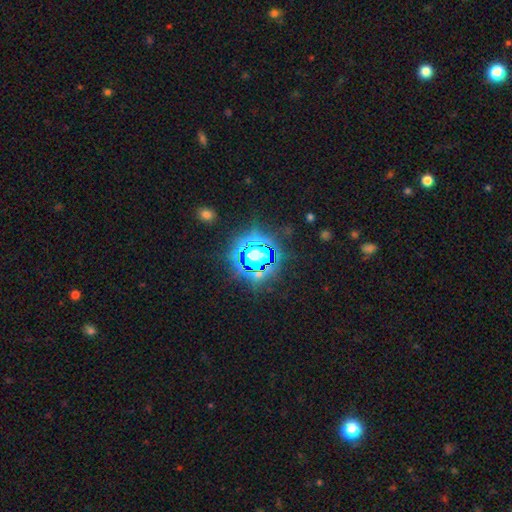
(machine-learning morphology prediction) This appears to be a star or artifact, not a galaxy (67%).